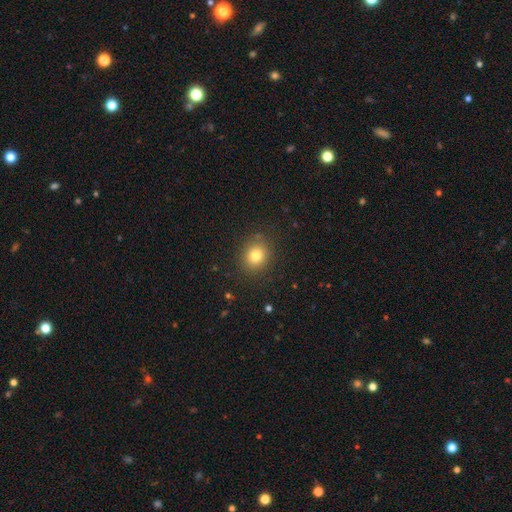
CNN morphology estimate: Overall: smooth (80%). How rounded: round (77%). Merging: none (87%).